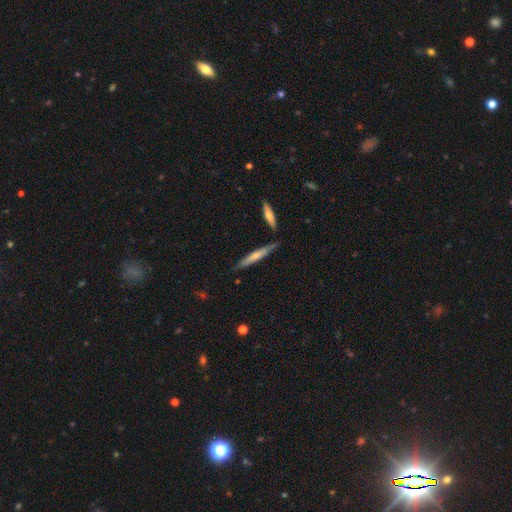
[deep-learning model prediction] smooth_or_featured: smooth (p=0.60) [alt: featured or disk p=0.35]
how_rounded: cigar-shaped (p=0.93) [alt: in between p=0.06]
merging: none (p=0.80) [alt: minor disturbance p=0.13]